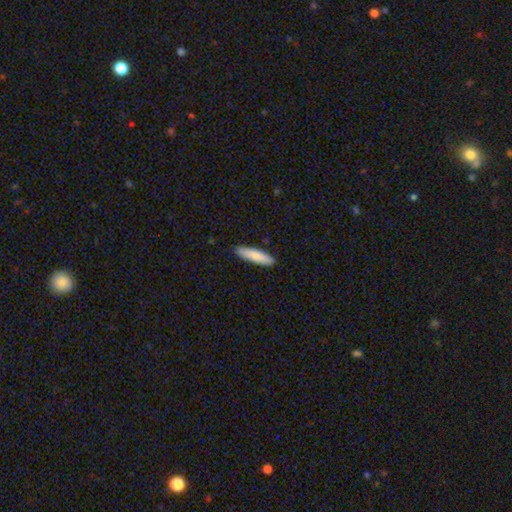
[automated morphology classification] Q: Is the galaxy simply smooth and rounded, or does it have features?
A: smooth — 85%.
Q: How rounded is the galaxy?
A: cigar-shaped — 73%.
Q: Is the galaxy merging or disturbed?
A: none — 89%.